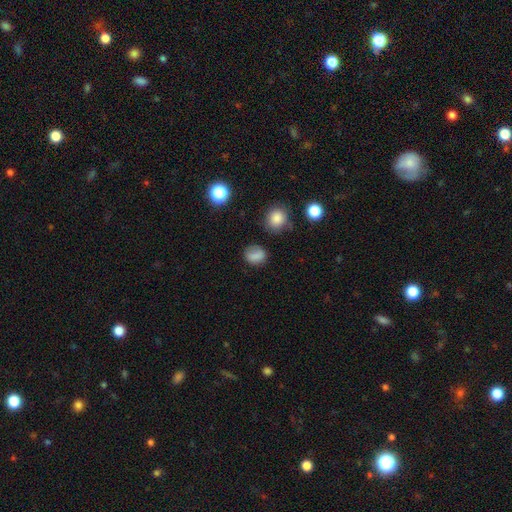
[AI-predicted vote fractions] smooth-or-featured: smooth: 79% | star or artifact: 13% | featured or disk: 8%
  how-rounded: round: 51% | in between: 47% | cigar-shaped: 2%
  merging: none: 71% | minor disturbance: 19% | major disturbance: 7% | merger: 3%